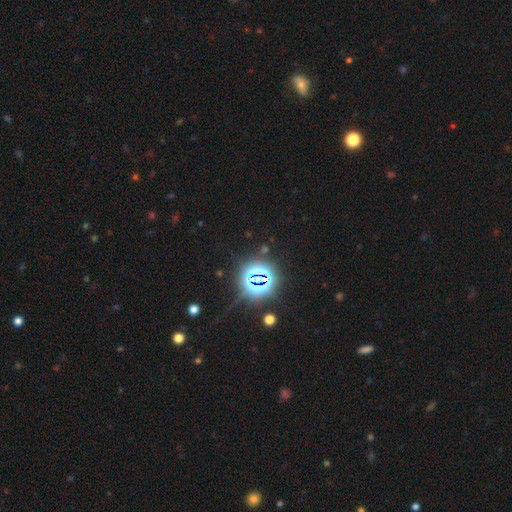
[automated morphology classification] Q: Smooth or featured?
A: star or artifact (83%); runner-up: smooth (11%)